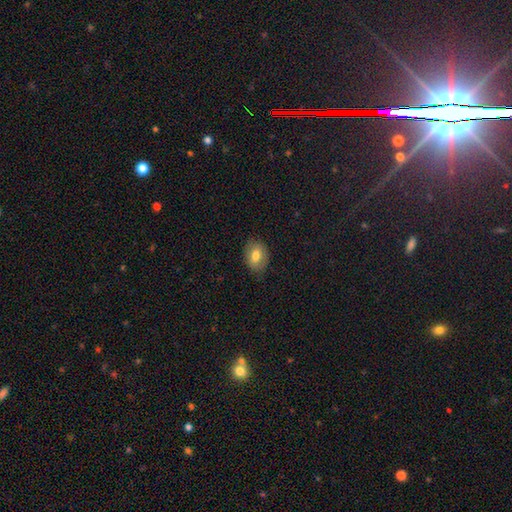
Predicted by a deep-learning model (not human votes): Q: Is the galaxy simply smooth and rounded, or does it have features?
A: smooth — 72%.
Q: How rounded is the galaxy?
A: in between — 71%.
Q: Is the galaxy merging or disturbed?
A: none — 81%.